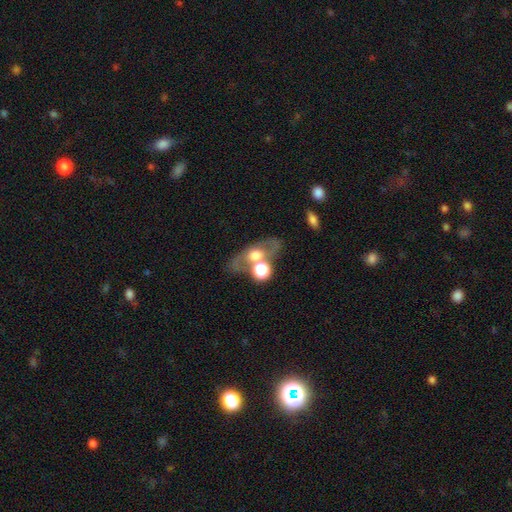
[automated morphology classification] Smooth or featured? Predicted: featured or disk (p=0.46). Merging? Predicted: none (p=0.53).